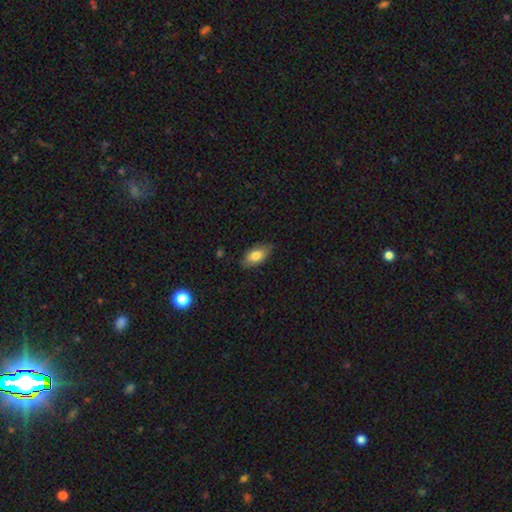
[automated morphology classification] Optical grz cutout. It shows a smooth galaxy with no disk features (80%) that is in between round and cigar-shaped (90%). Merging: none (80%).